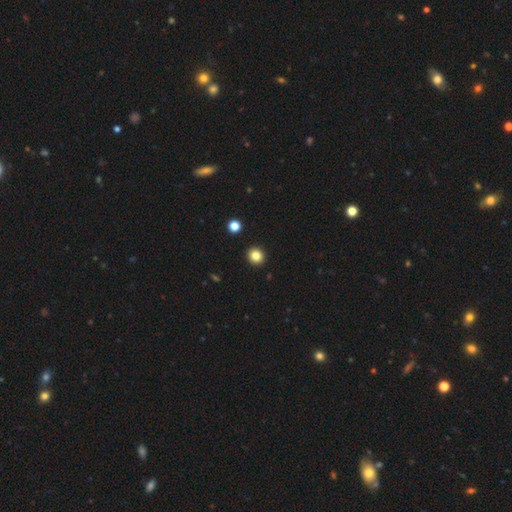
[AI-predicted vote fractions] Smooth or featured? Predicted: smooth (p=0.83). How rounded? Predicted: round (p=0.90). Merging? Predicted: none (p=0.93).